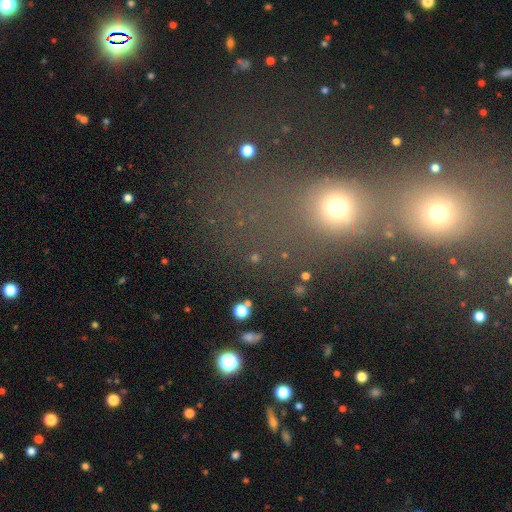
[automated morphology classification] smooth_or_featured: smooth (p=0.43) [alt: star or artifact p=0.40]
merging: none (p=0.60) [alt: major disturbance p=0.16]